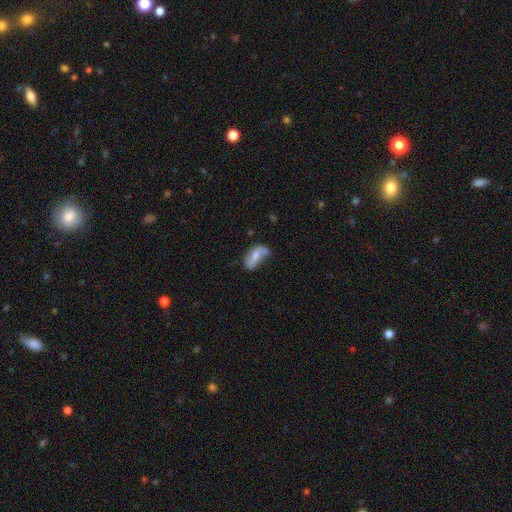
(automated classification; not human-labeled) Smooth or featured: smooth — 52% (featured or disk — 40%)
How rounded: in between — 88% (cigar-shaped — 8%)
Merging: none — 36% (minor disturbance — 32%)